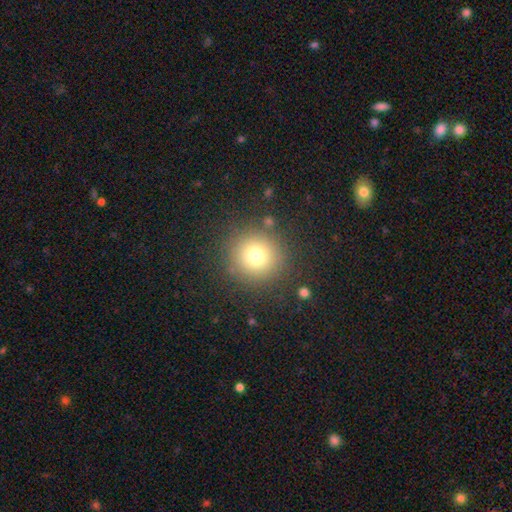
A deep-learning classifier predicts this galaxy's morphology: A smooth galaxy with no disk features (75%) that is round (95%). Merging: none (87%).